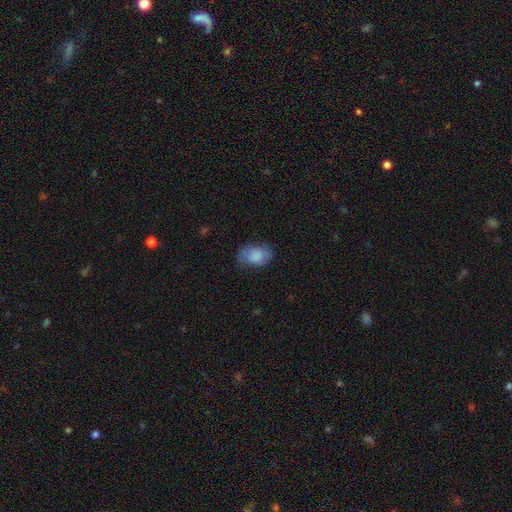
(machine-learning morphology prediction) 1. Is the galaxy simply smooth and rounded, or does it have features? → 78% smooth, 14% featured or disk, 8% star or artifact.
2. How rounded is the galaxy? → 79% in between, 20% round, 1% cigar-shaped.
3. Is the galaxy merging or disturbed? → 60% none, 28% minor disturbance, 11% major disturbance, 2% merger.